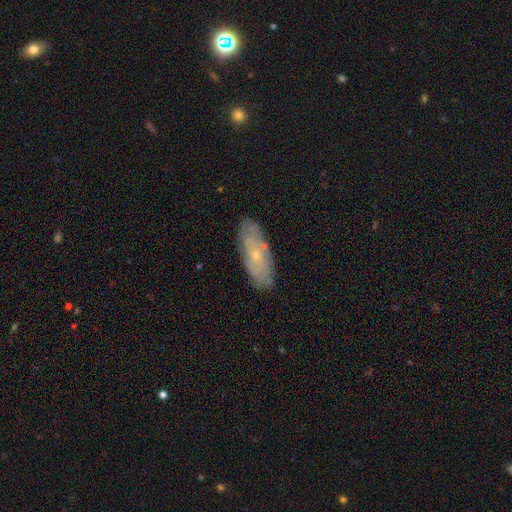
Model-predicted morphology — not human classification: Smooth or featured?
  - featured or disk: 54% *
  - smooth: 38%
  - star or artifact: 8%
Edge-on disk?
  - no: 80% *
  - yes: 20%
Merging?
  - none: 81% *
  - minor disturbance: 14%
  - major disturbance: 3%
  - merger: 2%